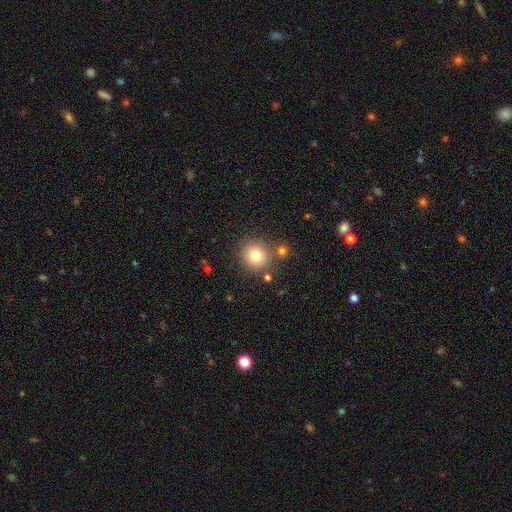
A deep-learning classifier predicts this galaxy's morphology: smooth-or-featured: smooth: 78% | star or artifact: 12% | featured or disk: 9%
  how-rounded: round: 91% | in between: 8% | cigar-shaped: 1%
  merging: none: 78% | merger: 9% | minor disturbance: 9% | major disturbance: 3%